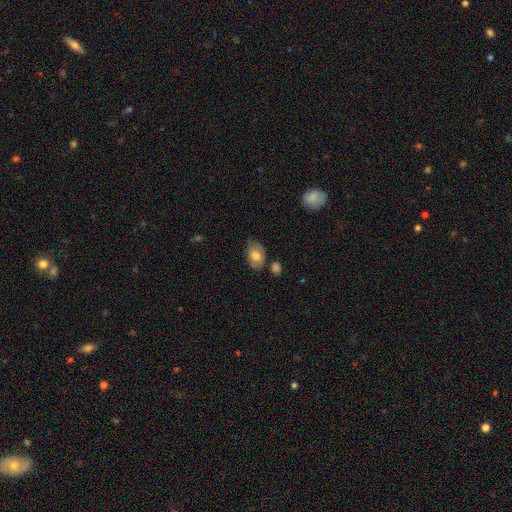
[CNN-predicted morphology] This is likely a smooth galaxy (71%). How rounded: clearly in between (86%). Merging: likely none (64%).